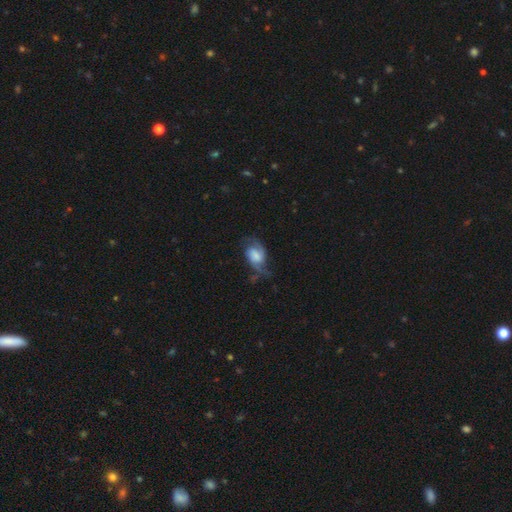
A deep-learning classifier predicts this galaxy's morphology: The model was most divided on "bulge size": large: 27%, none: 24%, moderate: 21%, small: 20%, dominant: 8%. Remaining: edge-on disk — no (96%); spiral arms — yes (88%); smooth or featured — featured or disk (58%); bar — no (50%); merging — none (45%).